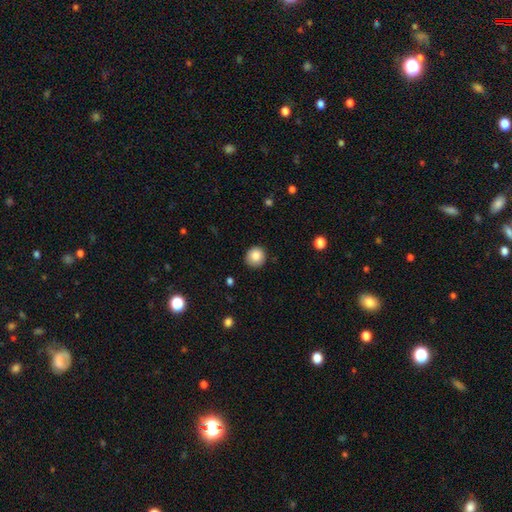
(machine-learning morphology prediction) A smooth galaxy with no disk features (86%) that is round (91%).

Vote fractions:
- Smooth or featured? smooth: 86% / star or artifact: 9% / featured or disk: 5%
- How rounded? round: 91% / in between: 8% / cigar-shaped: 1%
- Merging? none: 88% / minor disturbance: 9% / major disturbance: 2% / merger: 1%